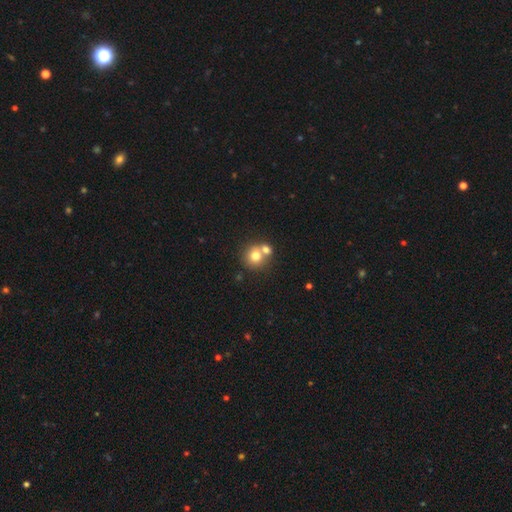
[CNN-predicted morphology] Smooth or featured? smooth (74%)
How rounded? round (86%)
Merging? none (47%)